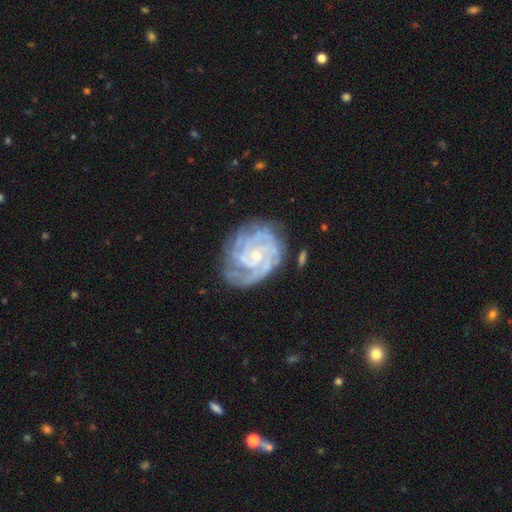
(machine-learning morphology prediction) Overall: featured or disk (89%). Edge-on disk: no (98%). Bar: no (70%). Spiral arms: yes (98%). Spiral arm count: 3 (27%; can't tell 22%). Spiral winding: tight (74%). Bulge size: small (73%). Merging: none (72%).